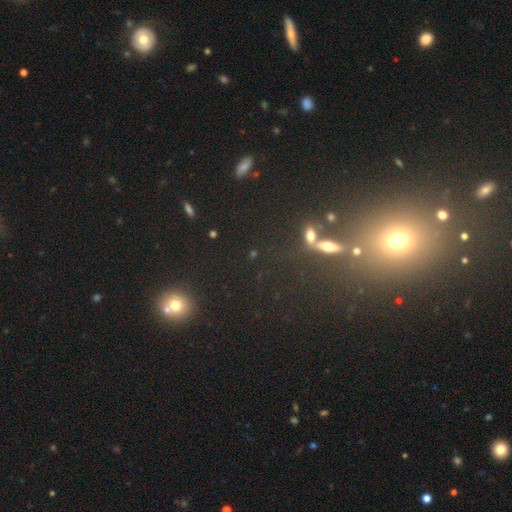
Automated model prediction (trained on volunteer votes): A star or artifact, not a galaxy (52%).

Vote fractions:
- Smooth or featured? star or artifact: 52% / smooth: 34% / featured or disk: 14%